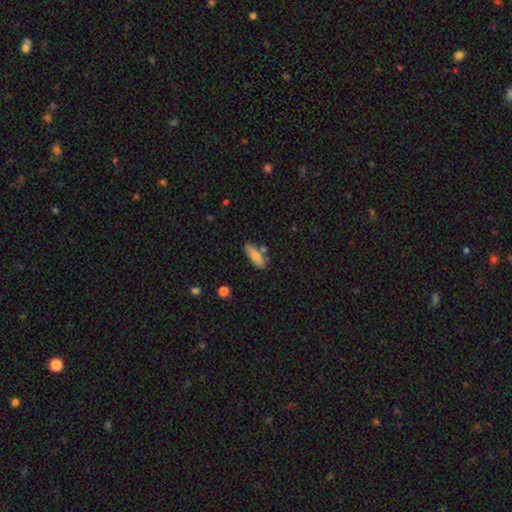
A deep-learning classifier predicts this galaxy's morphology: Smooth or featured? smooth (76%)
How rounded? in between (59%)
Merging? none (72%)